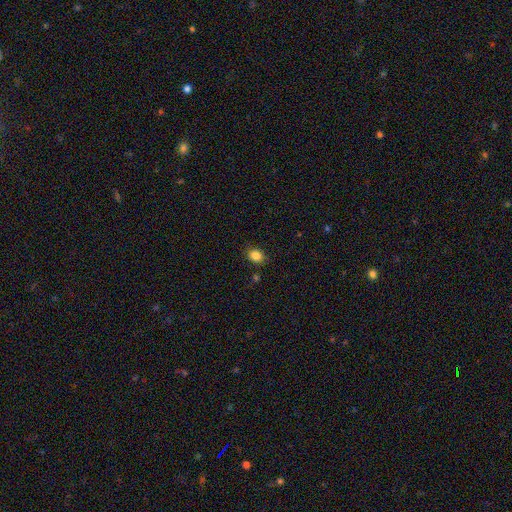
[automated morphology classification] A smooth galaxy with no disk features (85%) that is round (56%).

Vote fractions:
- Smooth or featured? smooth: 85% / star or artifact: 10% / featured or disk: 5%
- How rounded? round: 56% / in between: 43% / cigar-shaped: 1%
- Merging? none: 86% / minor disturbance: 9% / major disturbance: 2% / merger: 2%